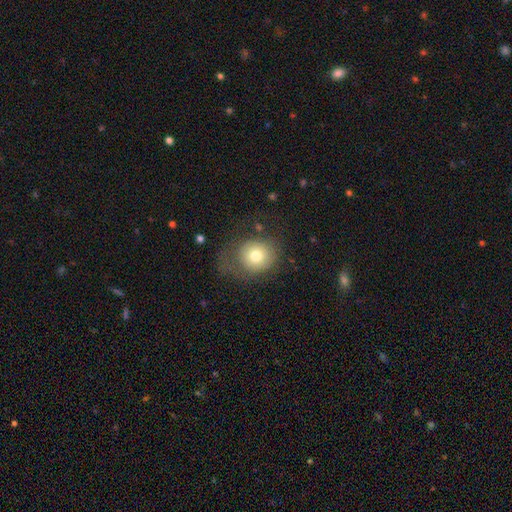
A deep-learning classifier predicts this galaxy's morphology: The model was most divided on "merging": none: 51%, major disturbance: 24%, minor disturbance: 23%, merger: 2%. More confident: how rounded — round (76%); smooth or featured — smooth (73%).